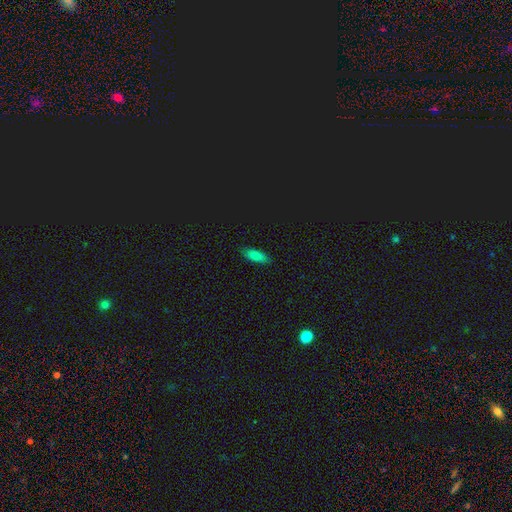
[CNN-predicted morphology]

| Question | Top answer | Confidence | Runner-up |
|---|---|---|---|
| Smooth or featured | smooth | 79% | star or artifact (13%) |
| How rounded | in between | 69% | cigar-shaped (28%) |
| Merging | none | 87% | minor disturbance (10%) |